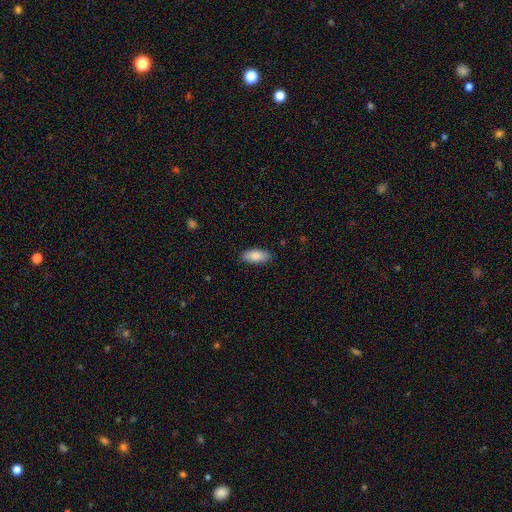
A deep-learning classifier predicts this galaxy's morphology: Smooth or featured? smooth (87%)
How rounded? in between (84%)
Merging? none (86%)